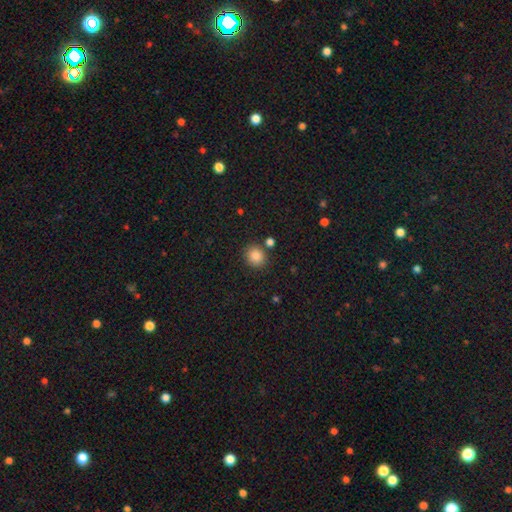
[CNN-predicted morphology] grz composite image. It shows a smooth galaxy with no disk features (85%) that is round (83%). Merging: none (83%).